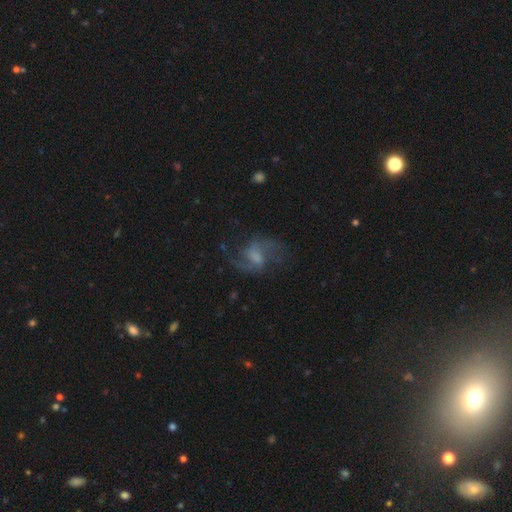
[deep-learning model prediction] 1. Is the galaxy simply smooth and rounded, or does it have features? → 77% featured or disk, 15% smooth, 8% star or artifact.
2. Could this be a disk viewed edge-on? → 97% no, 3% yes.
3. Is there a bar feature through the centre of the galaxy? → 55% weak, 27% no, 18% strong.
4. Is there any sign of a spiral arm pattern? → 93% yes, 7% no.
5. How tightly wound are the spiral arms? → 53% loose, 40% medium, 7% tight.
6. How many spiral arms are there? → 88% 2, 5% can't tell, 3% 1, 2% 3, 1% 4, 1% more than 4.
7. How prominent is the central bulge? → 32% moderate, 28% none, 24% small, 14% large, 2% dominant.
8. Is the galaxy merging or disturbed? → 62% none, 19% major disturbance, 18% minor disturbance, 2% merger.